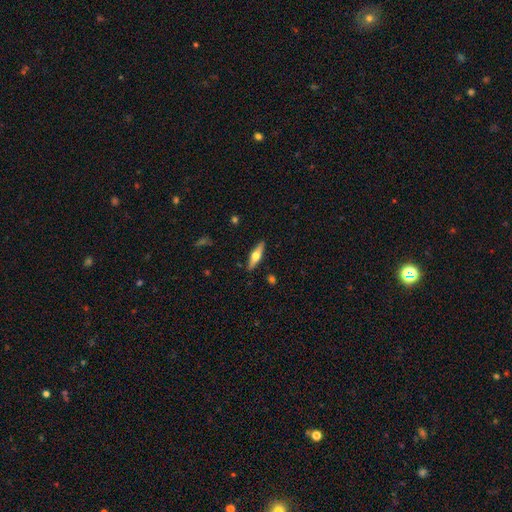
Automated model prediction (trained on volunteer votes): smooth_or_featured: featured or disk (p=0.57) [alt: smooth p=0.37]
disk_edge_on: yes (p=0.94) [alt: no p=0.06]
edge_on_bulge: rounded (p=0.95) [alt: boxy p=0.03]
merging: none (p=0.89) [alt: minor disturbance p=0.08]